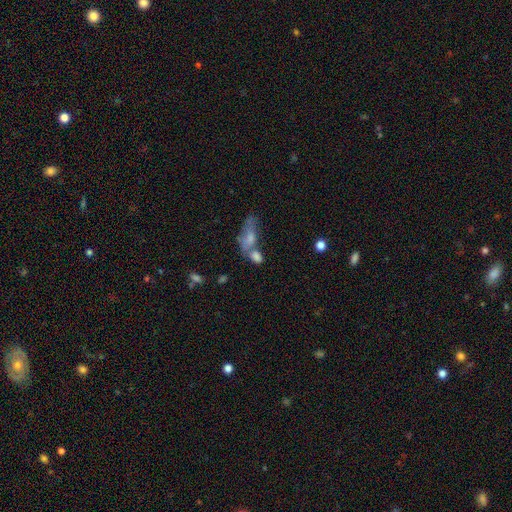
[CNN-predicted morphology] This appears to be a smooth galaxy with no disk features (72%) that is in between round and cigar-shaped (80%). Merging: merger (49%).